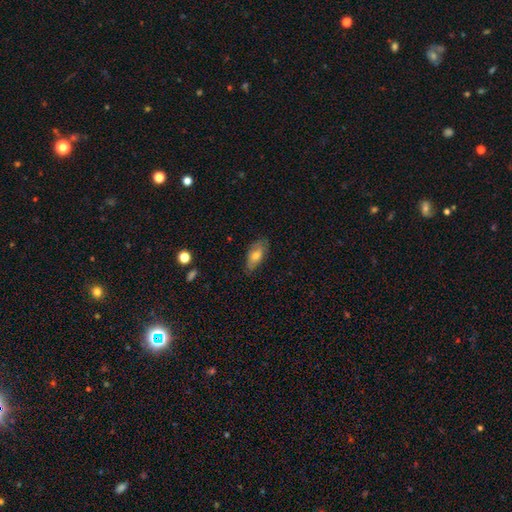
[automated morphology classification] smooth 67%, featured or disk 25%, star or artifact 8%. Down the decision tree: how rounded — in between (85%); merging — none (75%).